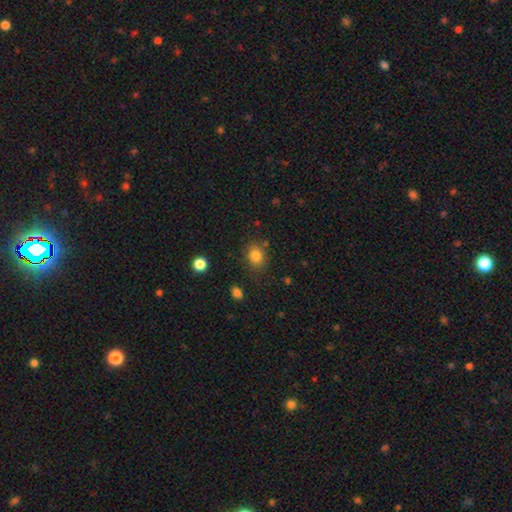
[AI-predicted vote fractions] This appears to be a smooth galaxy with no disk features (83%) that is round (58%). Merging: none (77%).